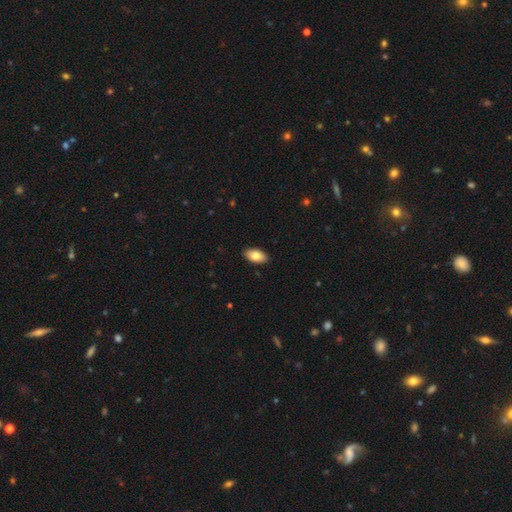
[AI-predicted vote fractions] Smooth or featured? Predicted: smooth (p=0.81). How rounded? Predicted: in between (p=0.94). Merging? Predicted: none (p=0.90).